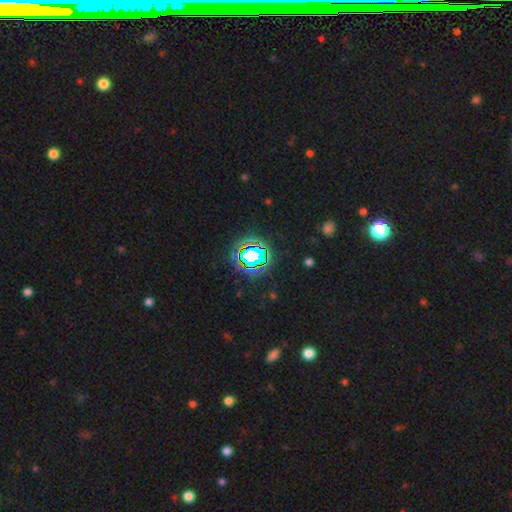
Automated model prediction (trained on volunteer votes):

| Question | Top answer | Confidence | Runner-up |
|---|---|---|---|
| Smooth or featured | star or artifact | 77% | smooth (15%) |